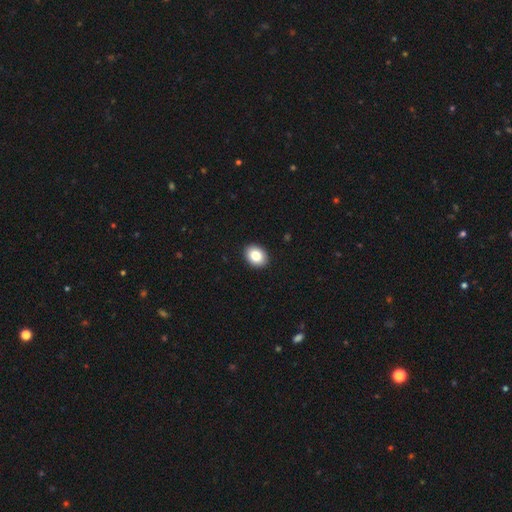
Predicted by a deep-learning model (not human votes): Q: Smooth or featured?
A: smooth (84%); runner-up: star or artifact (9%)
Q: How rounded?
A: in between (59%); runner-up: round (40%)
Q: Merging?
A: none (92%); runner-up: minor disturbance (5%)